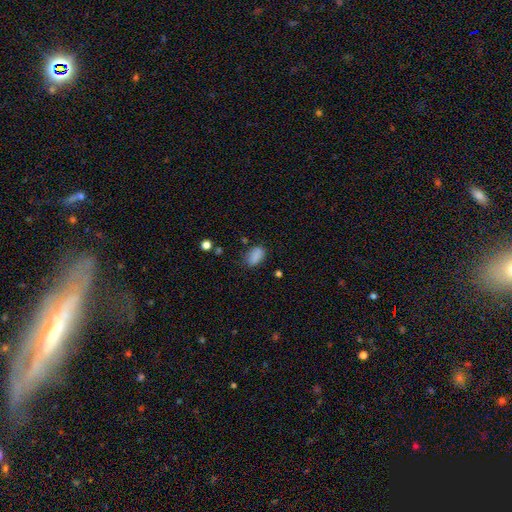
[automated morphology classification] A smooth galaxy with no disk features (86%) that is in between round and cigar-shaped (90%).

Vote fractions:
- Smooth or featured? smooth: 86% / star or artifact: 9% / featured or disk: 5%
- How rounded? in between: 90% / round: 8% / cigar-shaped: 2%
- Merging? none: 73% / minor disturbance: 19% / major disturbance: 5% / merger: 3%